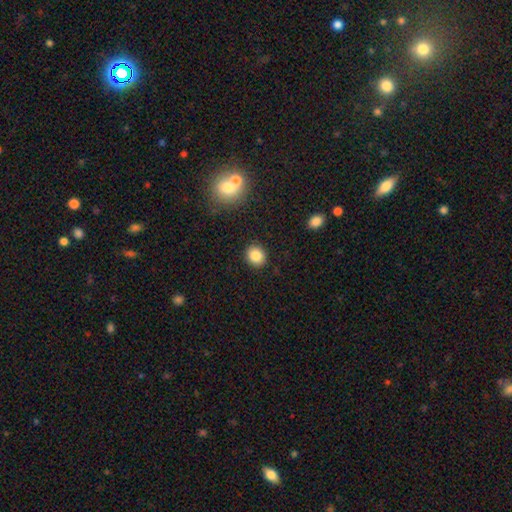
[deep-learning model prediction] The model was most divided on "how rounded": round: 77%, in between: 22%, cigar-shaped: 1%. More confident: merging — none (89%); smooth or featured — smooth (84%).